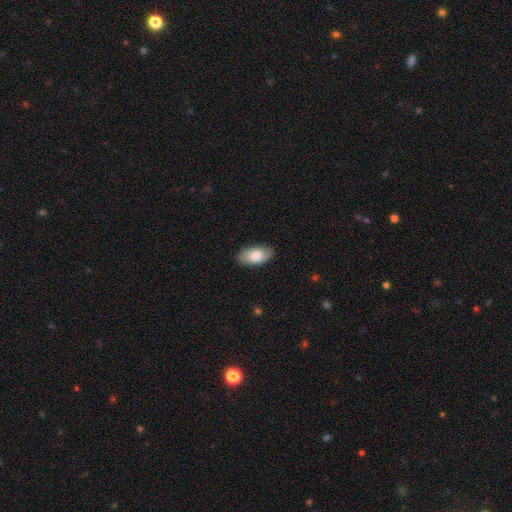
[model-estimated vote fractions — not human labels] Smooth or featured?
  - smooth: 80% *
  - featured or disk: 14%
  - star or artifact: 6%
How rounded?
  - in between: 94% *
  - round: 3%
  - cigar-shaped: 3%
Merging?
  - none: 86% *
  - minor disturbance: 11%
  - major disturbance: 2%
  - merger: 1%